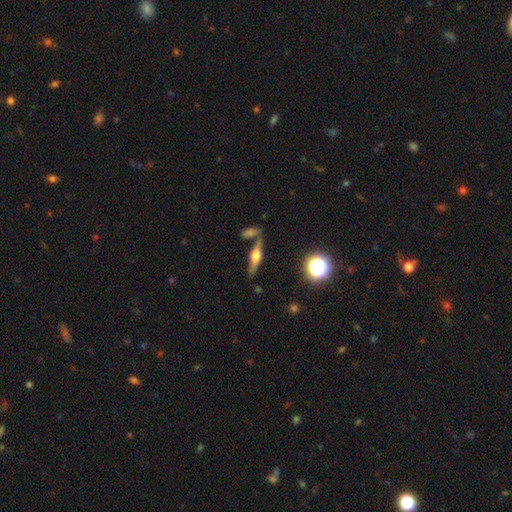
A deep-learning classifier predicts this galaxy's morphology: smooth-or-featured: featured or disk: 72% | smooth: 19% | star or artifact: 9%
  disk-edge-on: yes: 95% | no: 5%
    edge-on-bulge: rounded: 93% | boxy: 5% | none: 2%
  merging: none: 72% | merger: 13% | minor disturbance: 12% | major disturbance: 4%